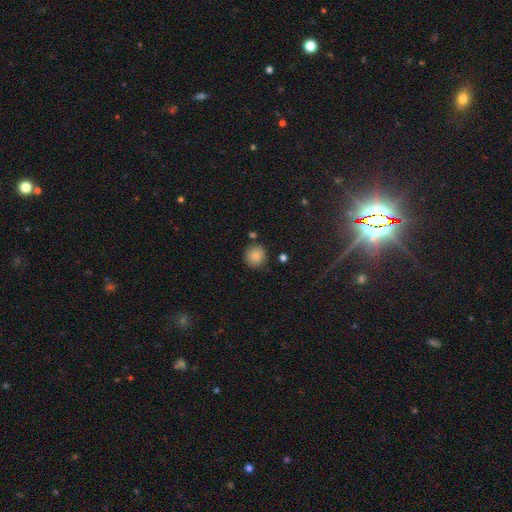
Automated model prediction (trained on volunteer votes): This appears to be a smooth galaxy with no disk features (85%) that is round (91%). Merging: none (83%).